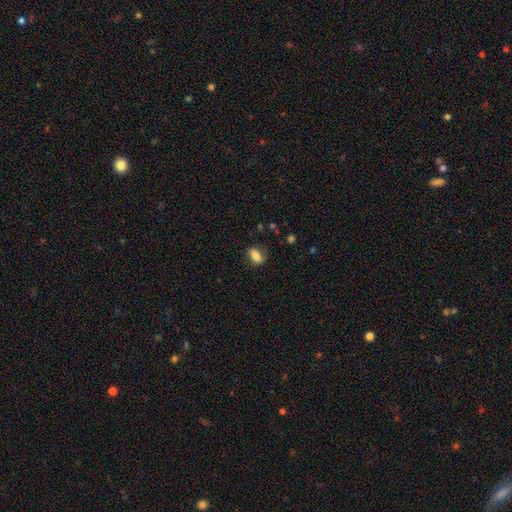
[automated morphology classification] Q: Smooth or featured?
A: smooth (80%); runner-up: featured or disk (12%)
Q: How rounded?
A: in between (82%); runner-up: round (12%)
Q: Merging?
A: none (79%); runner-up: minor disturbance (16%)